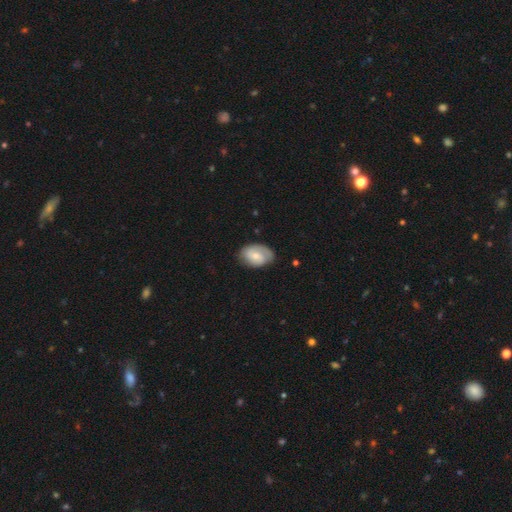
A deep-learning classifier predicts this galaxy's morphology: Smooth or featured?
  - smooth: 50% *
  - featured or disk: 43%
  - star or artifact: 6%
How rounded?
  - in between: 84% *
  - round: 15%
  - cigar-shaped: 1%
Merging?
  - none: 72% *
  - minor disturbance: 22%
  - major disturbance: 5%
  - merger: 1%